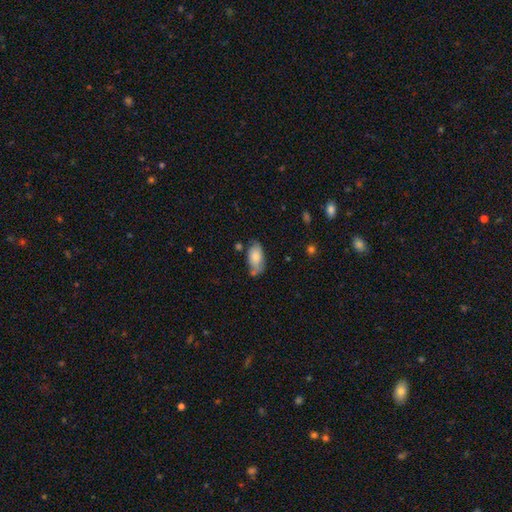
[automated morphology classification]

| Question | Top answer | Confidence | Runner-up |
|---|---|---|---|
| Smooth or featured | smooth | 75% | featured or disk (18%) |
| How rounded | in between | 93% | cigar-shaped (4%) |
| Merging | none | 57% | minor disturbance (27%) |